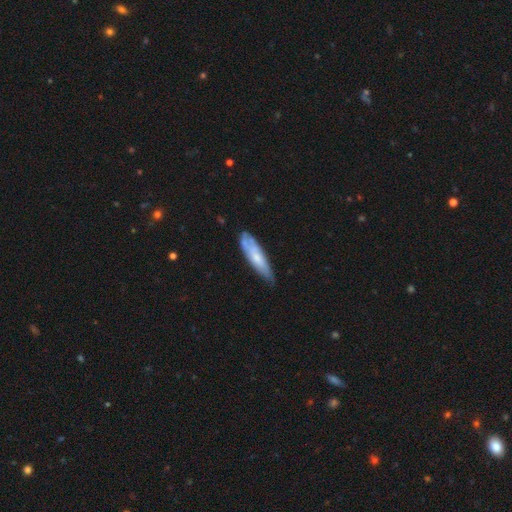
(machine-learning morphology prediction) This is possibly a smooth galaxy (55%). How rounded: likely cigar-shaped (67%). Merging: likely none (61%).